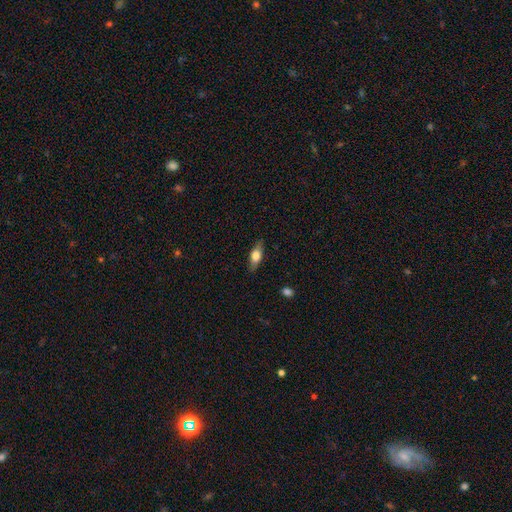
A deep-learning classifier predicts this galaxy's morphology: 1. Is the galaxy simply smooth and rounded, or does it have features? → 61% smooth, 32% featured or disk, 7% star or artifact.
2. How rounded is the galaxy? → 69% in between, 27% cigar-shaped, 4% round.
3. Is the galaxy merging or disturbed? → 83% none, 13% minor disturbance, 3% major disturbance, 1% merger.